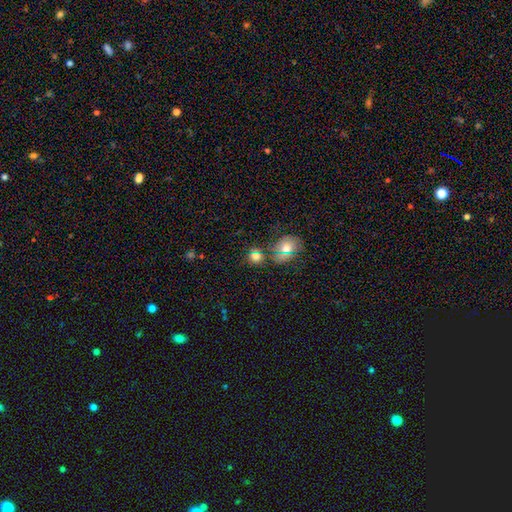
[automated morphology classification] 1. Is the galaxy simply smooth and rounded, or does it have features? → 73% smooth, 20% star or artifact, 8% featured or disk.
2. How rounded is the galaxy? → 80% round, 19% in between, 1% cigar-shaped.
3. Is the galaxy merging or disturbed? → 71% none, 14% merger, 11% minor disturbance, 4% major disturbance.